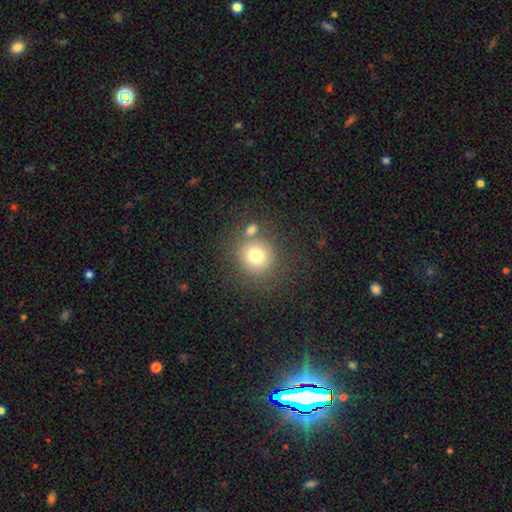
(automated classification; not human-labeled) smooth_or_featured: smooth (p=0.76) [alt: star or artifact p=0.14]
how_rounded: round (p=0.89) [alt: in between p=0.10]
merging: none (p=0.70) [alt: merger p=0.16]